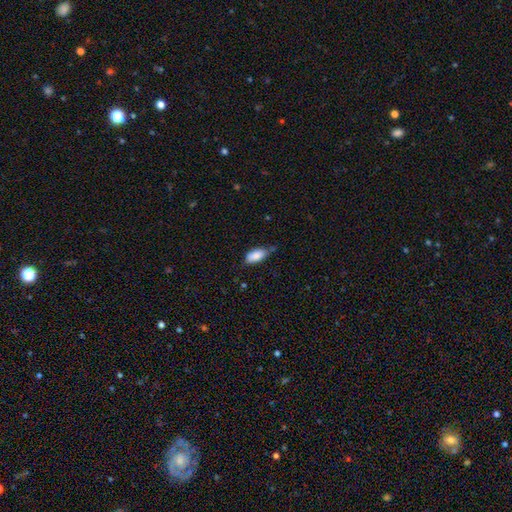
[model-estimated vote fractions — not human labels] smooth_or_featured: smooth (p=0.85) [alt: featured or disk p=0.08]
how_rounded: in between (p=0.89) [alt: cigar-shaped p=0.08]
merging: none (p=0.52) [alt: minor disturbance p=0.36]